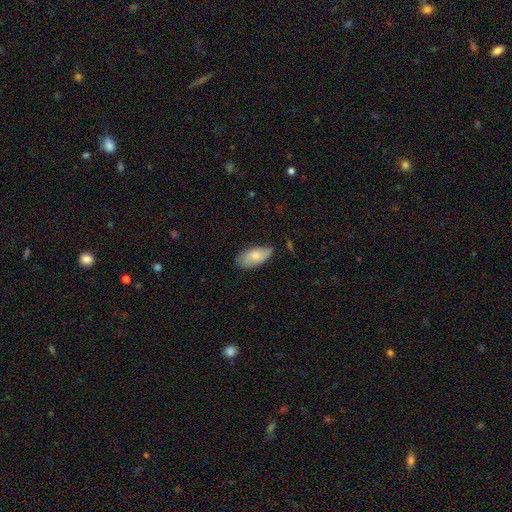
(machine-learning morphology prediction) Q: Smooth or featured?
A: smooth (73%); runner-up: featured or disk (20%)
Q: How rounded?
A: in between (93%); runner-up: cigar-shaped (5%)
Q: Merging?
A: none (63%); runner-up: minor disturbance (29%)